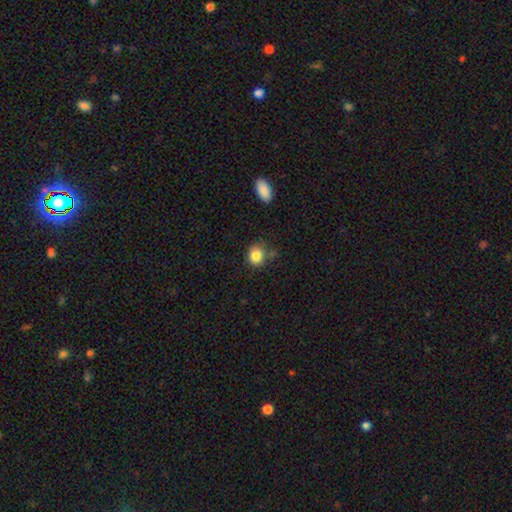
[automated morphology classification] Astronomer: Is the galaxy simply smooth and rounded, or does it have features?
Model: smooth — 86%.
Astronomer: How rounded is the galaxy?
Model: round — 73%.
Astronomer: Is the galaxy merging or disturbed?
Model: none — 73%.